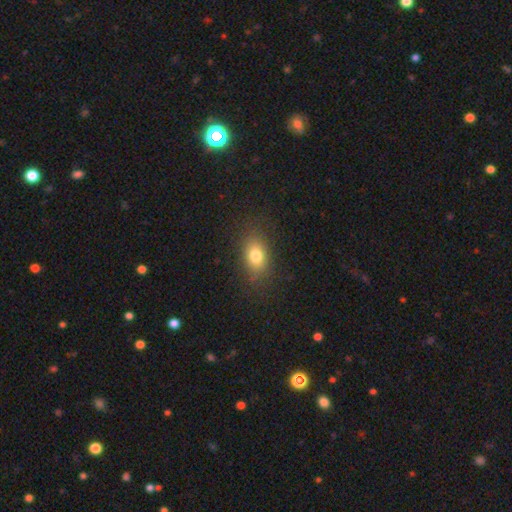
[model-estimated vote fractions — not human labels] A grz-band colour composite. It shows a smooth galaxy with no disk features (79%) that is in between round and cigar-shaped (77%). Merging: none (82%).